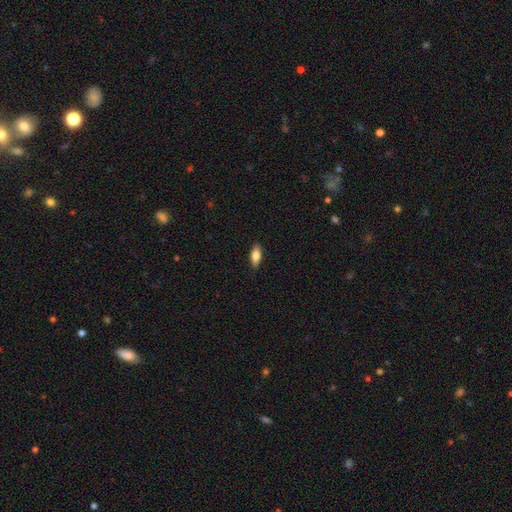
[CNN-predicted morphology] smooth 82%, featured or disk 11%, star or artifact 6%. Down the decision tree: how rounded — in between (79%); merging — none (88%).